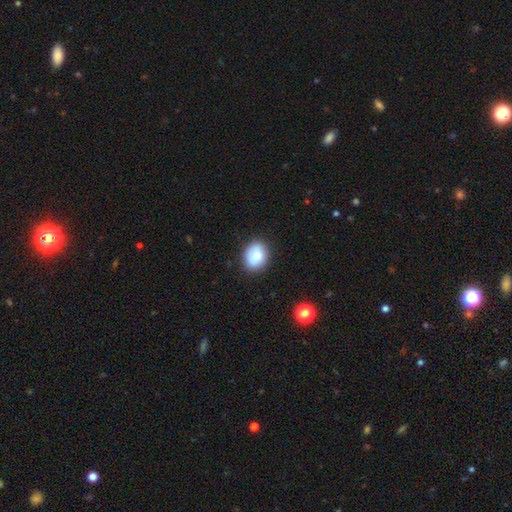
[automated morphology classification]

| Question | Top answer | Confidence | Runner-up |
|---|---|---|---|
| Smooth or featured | smooth | 83% | featured or disk (10%) |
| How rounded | in between | 53% | round (46%) |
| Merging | none | 83% | minor disturbance (13%) |